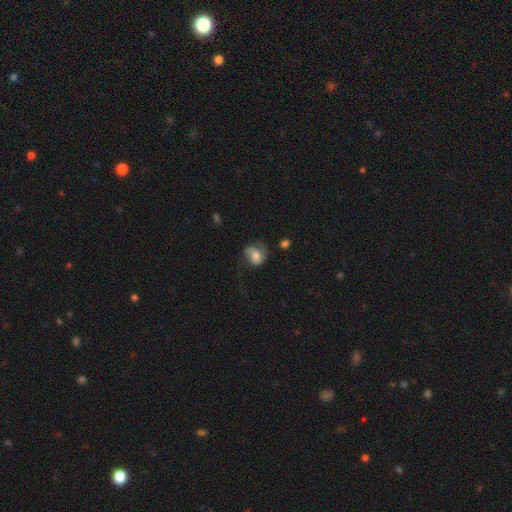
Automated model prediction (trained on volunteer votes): Smooth or featured? smooth (47%)
Merging? none (48%)